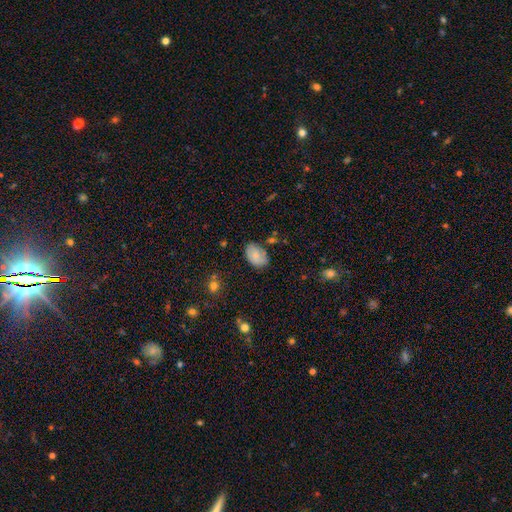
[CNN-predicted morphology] This appears to be a smooth galaxy with no disk features (75%) that is in between round and cigar-shaped (88%). Merging: none (70%).